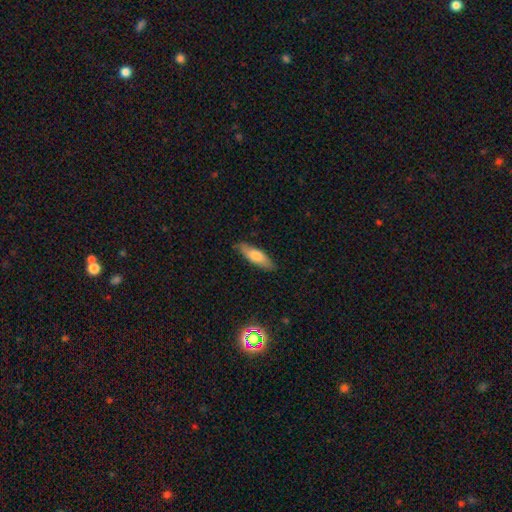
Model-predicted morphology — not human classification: A smooth galaxy with no disk features (70%) that is cigar-shaped (51%). Merging: none (82%).